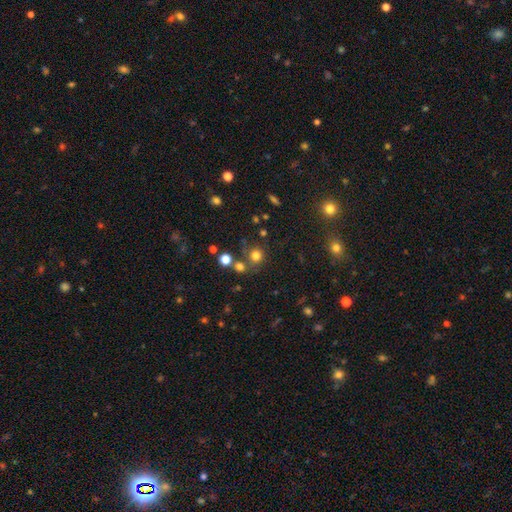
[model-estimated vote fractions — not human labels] Overall: smooth (76%). How rounded: round (89%). Merging: none (70%).